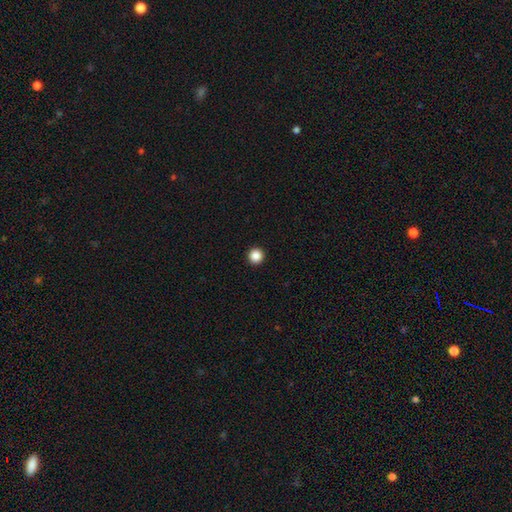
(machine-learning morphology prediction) A smooth galaxy with no disk features (86%) that is round (97%). Merging: none (95%).